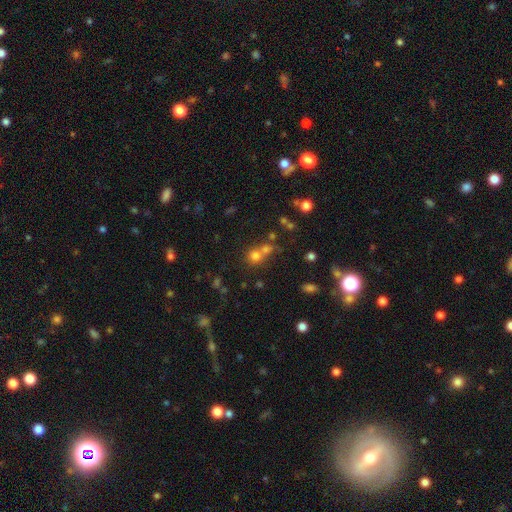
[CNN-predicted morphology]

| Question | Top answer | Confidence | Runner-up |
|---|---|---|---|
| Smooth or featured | smooth | 70% | star or artifact (19%) |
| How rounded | round | 85% | in between (14%) |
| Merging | none | 45% | tied: merger (45%) |